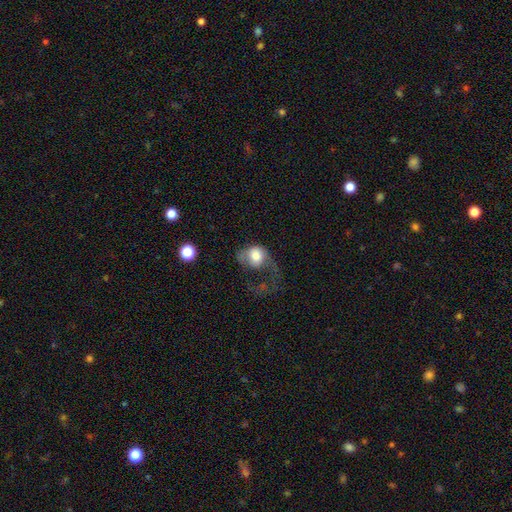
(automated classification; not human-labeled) Overall: smooth (65%; featured or disk 28%). How rounded: round (55%; in between 43%). Merging: major disturbance (66%).